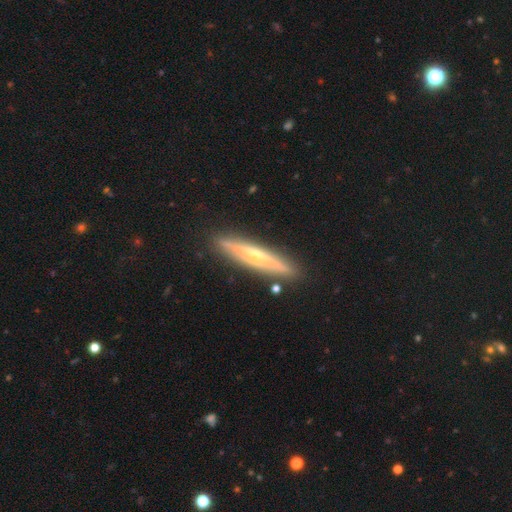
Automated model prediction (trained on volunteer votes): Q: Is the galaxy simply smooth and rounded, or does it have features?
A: featured or disk — 68%.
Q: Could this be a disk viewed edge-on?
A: yes — 91%.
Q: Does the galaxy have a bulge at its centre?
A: rounded — 69%.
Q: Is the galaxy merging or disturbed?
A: none — 87%.